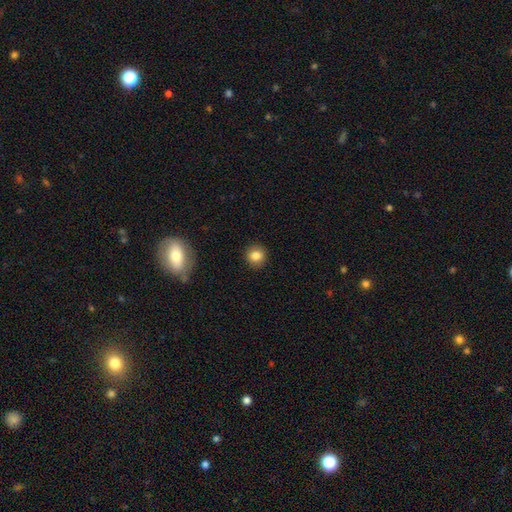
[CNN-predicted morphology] Smooth or featured: smooth — 84% (star or artifact — 10%)
How rounded: round — 89% (in between — 10%)
Merging: none — 91% (minor disturbance — 6%)